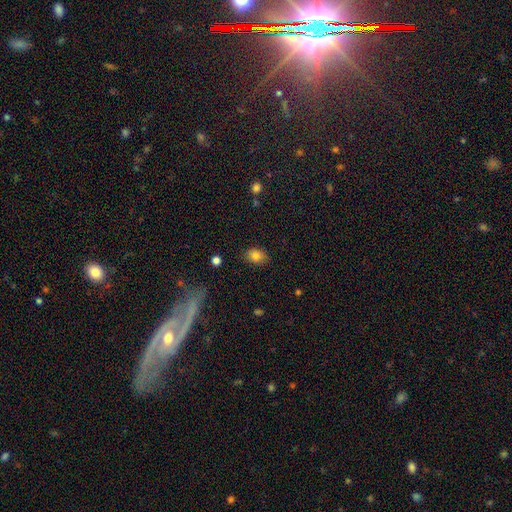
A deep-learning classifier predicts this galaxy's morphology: The model was most divided on "how rounded": in between: 70%, round: 29%, cigar-shaped: 1%. More confident: merging — none (84%); smooth or featured — smooth (82%).